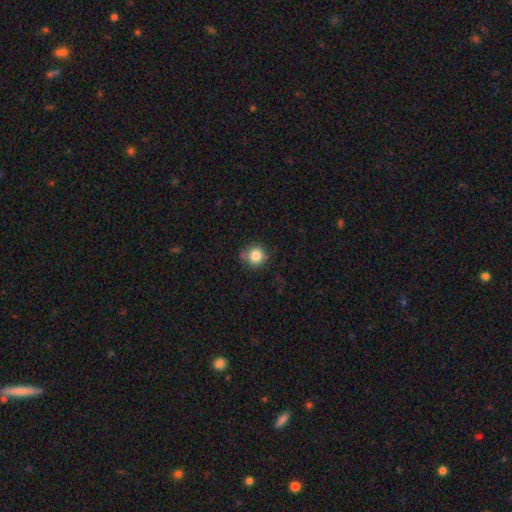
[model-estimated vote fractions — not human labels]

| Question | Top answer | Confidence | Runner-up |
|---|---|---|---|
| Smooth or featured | smooth | 83% | star or artifact (11%) |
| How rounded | round | 91% | in between (8%) |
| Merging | none | 76% | minor disturbance (19%) |